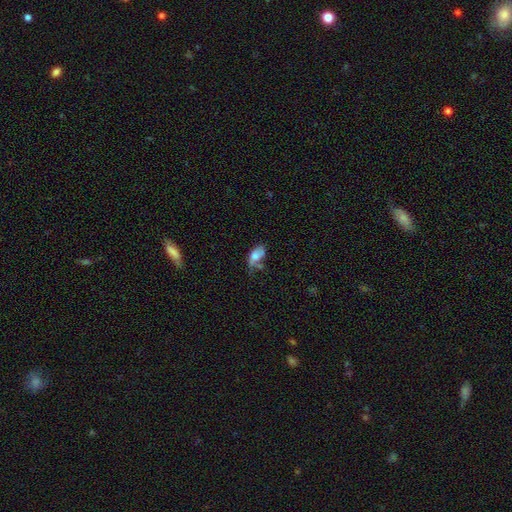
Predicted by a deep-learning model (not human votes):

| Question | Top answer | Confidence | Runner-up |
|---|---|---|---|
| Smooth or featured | smooth | 68% | featured or disk (22%) |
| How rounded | in between | 89% | cigar-shaped (6%) |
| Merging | none | 32% | minor disturbance (29%) |